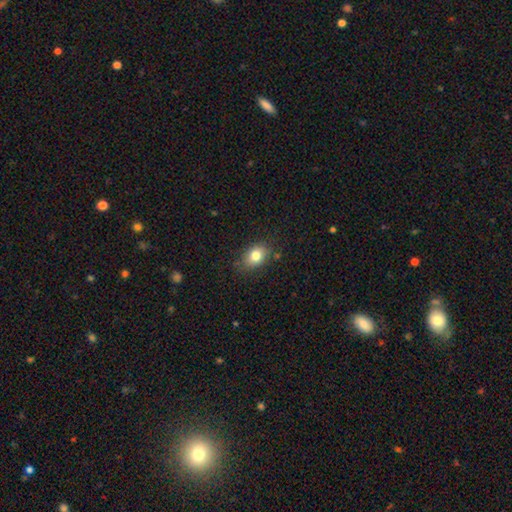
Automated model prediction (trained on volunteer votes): Smooth or featured? smooth (81%)
How rounded? in between (74%)
Merging? none (79%)